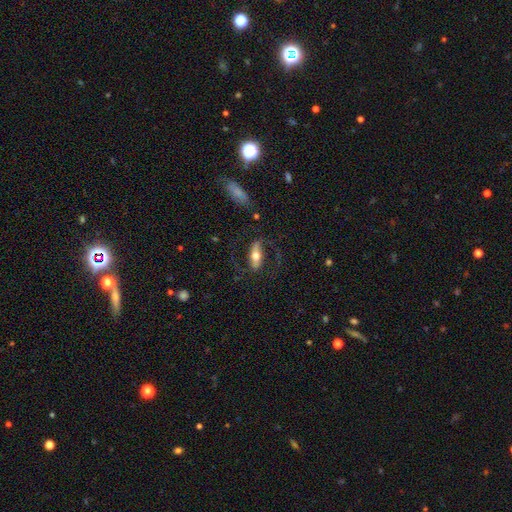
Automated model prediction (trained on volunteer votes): featured or disk 64%, smooth 30%, star or artifact 7%. Down the decision tree: edge-on disk — no (72%); merging — none (70%).